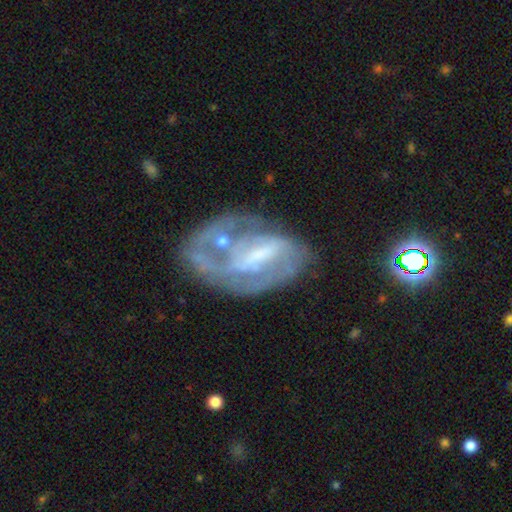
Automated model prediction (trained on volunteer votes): smooth-or-featured: featured or disk: 76% | smooth: 15% | star or artifact: 8%
  disk-edge-on: no: 96% | yes: 4%
    bar: weak: 43% | strong: 32% | no: 25%
    has-spiral-arms: yes: 73% | no: 27%
      spiral-winding: tight: 40% | medium: 39% | loose: 21%
      spiral-arm-count: 2: 35% | can't tell: 34% | 1: 16% | 3: 9% | 4: 3% | more than 4: 2%
    bulge-size: small: 34% | none: 31% | moderate: 29% | large: 5% | dominant: 1%
  merging: none: 44% | major disturbance: 25% | minor disturbance: 22% | merger: 8%